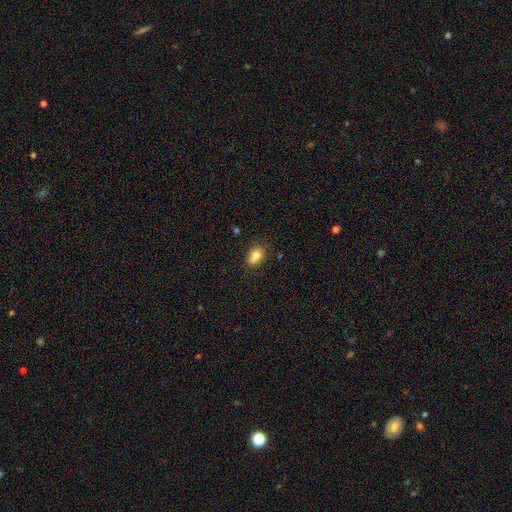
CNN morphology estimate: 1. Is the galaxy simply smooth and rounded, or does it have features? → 78% smooth, 11% featured or disk, 10% star or artifact.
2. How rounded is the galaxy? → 63% in between, 35% round, 1% cigar-shaped.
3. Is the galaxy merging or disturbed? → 57% none, 21% merger, 18% minor disturbance, 4% major disturbance.